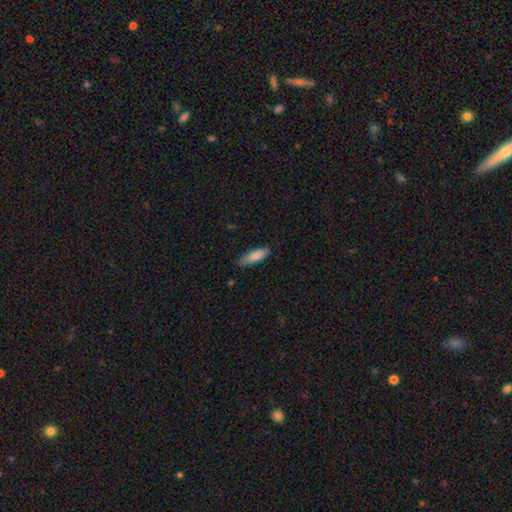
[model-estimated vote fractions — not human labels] Smooth or featured: smooth — 83% (featured or disk — 11%)
How rounded: cigar-shaped — 50% (in between — 49%)
Merging: none — 81% (minor disturbance — 15%)